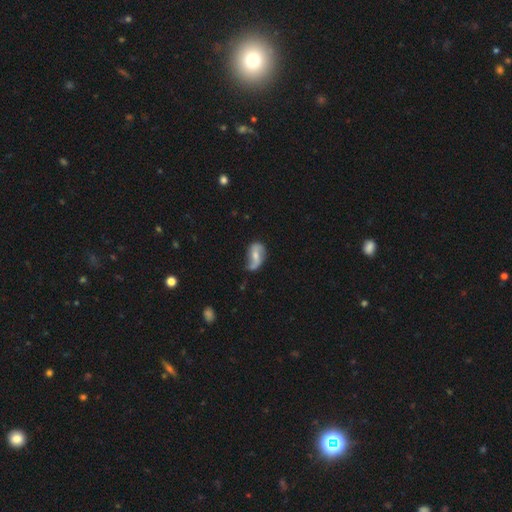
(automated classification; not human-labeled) smooth_or_featured: featured or disk (p=0.60) [alt: smooth p=0.33]
disk_edge_on: no (p=0.95) [alt: yes p=0.05]
bar: weak (p=0.39) [alt: no p=0.38]
has_spiral_arms: yes (p=0.82) [alt: no p=0.18]
bulge_size: moderate (p=0.47) [alt: small p=0.40]
merging: none (p=0.43) [alt: minor disturbance p=0.35]